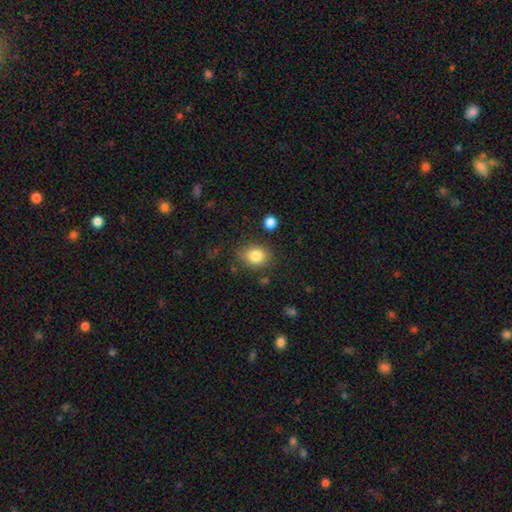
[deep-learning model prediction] smooth-or-featured: smooth: 84% | star or artifact: 9% | featured or disk: 7%
  how-rounded: in between: 51% | round: 48% | cigar-shaped: 1%
  merging: none: 78% | minor disturbance: 15% | major disturbance: 4% | merger: 4%